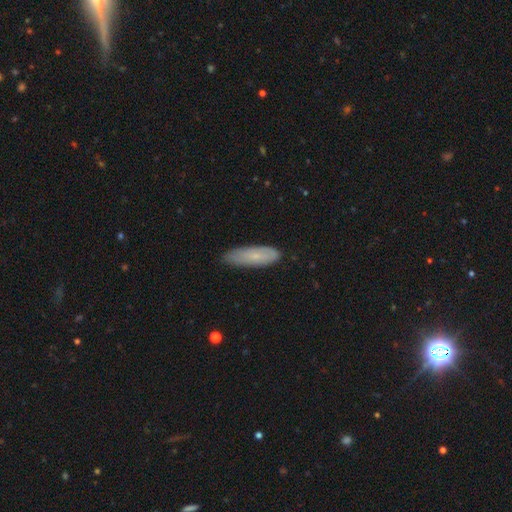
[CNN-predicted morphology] Smooth or featured: smooth — 68% (featured or disk — 25%)
How rounded: cigar-shaped — 56% (in between — 43%)
Merging: none — 75% (minor disturbance — 20%)